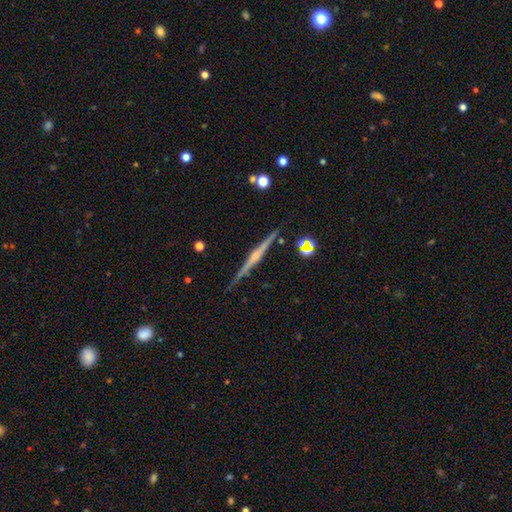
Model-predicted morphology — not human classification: Smooth or featured?
  - featured or disk: 79% *
  - smooth: 15%
  - star or artifact: 7%
Edge-on disk?
  - yes: 98% *
  - no: 2%
Edge-on bulge?
  - rounded: 68% *
  - none: 21%
  - boxy: 11%
Merging?
  - none: 89% *
  - minor disturbance: 8%
  - merger: 2%
  - major disturbance: 1%